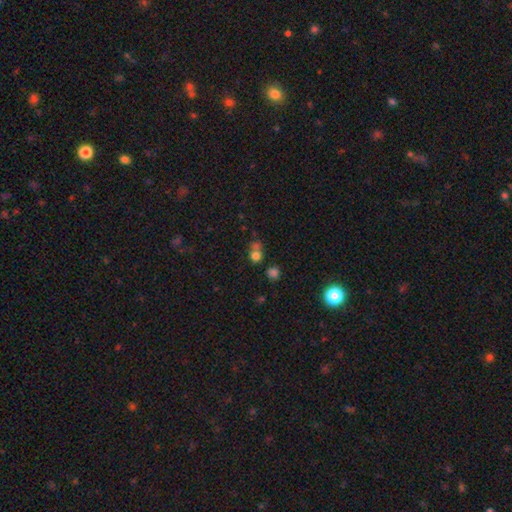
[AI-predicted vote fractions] Q: Smooth or featured?
A: smooth (70%); runner-up: star or artifact (20%)
Q: How rounded?
A: round (81%); runner-up: in between (18%)
Q: Merging?
A: none (46%); runner-up: merger (36%)